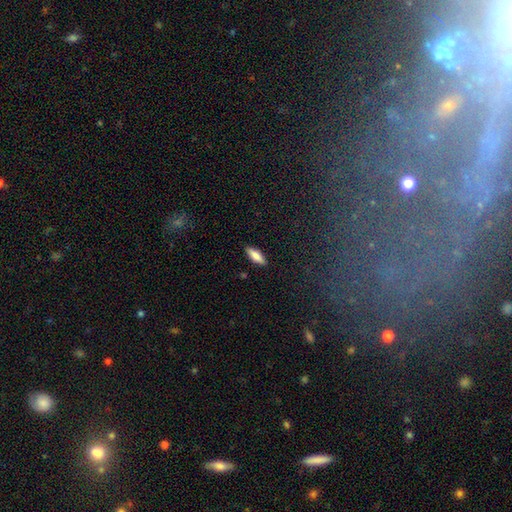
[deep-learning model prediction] Q: Smooth or featured?
A: smooth (78%); runner-up: featured or disk (15%)
Q: How rounded?
A: in between (55%); runner-up: cigar-shaped (43%)
Q: Merging?
A: none (88%); runner-up: minor disturbance (9%)